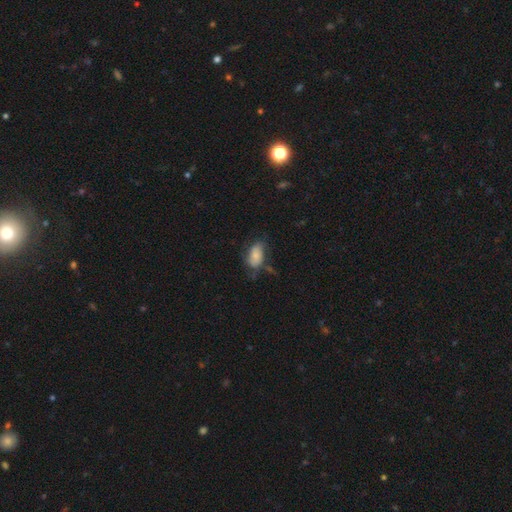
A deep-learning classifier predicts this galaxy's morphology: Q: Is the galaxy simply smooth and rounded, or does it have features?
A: smooth — 70%.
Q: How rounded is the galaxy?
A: in between — 91%.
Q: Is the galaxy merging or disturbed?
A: none — 48%.